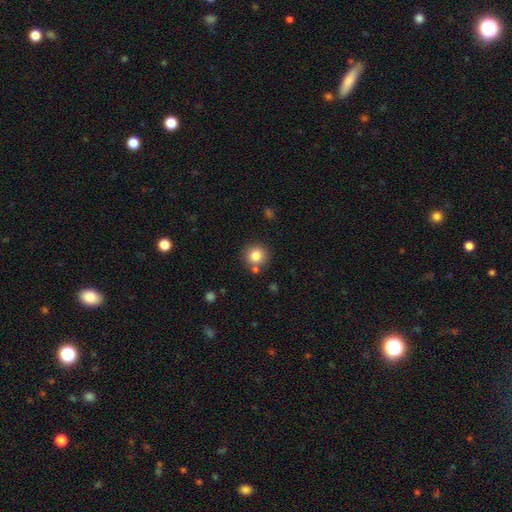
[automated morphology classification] smooth 83%, star or artifact 10%, featured or disk 7%. Down the decision tree: how rounded — round (92%); merging — none (79%).